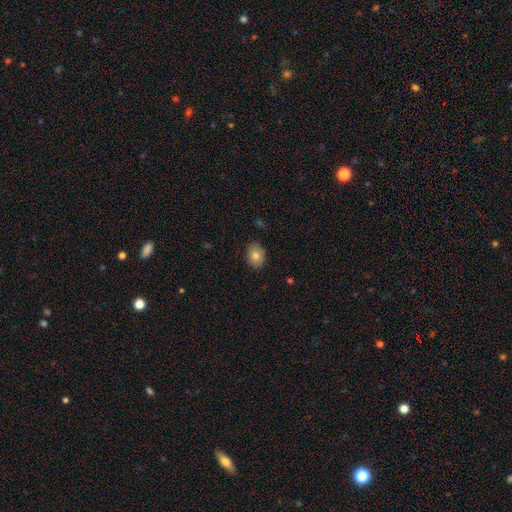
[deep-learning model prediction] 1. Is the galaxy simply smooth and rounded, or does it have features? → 79% smooth, 13% featured or disk, 9% star or artifact.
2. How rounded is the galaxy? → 69% in between, 30% round, 1% cigar-shaped.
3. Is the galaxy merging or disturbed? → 87% none, 10% minor disturbance, 2% major disturbance, 1% merger.